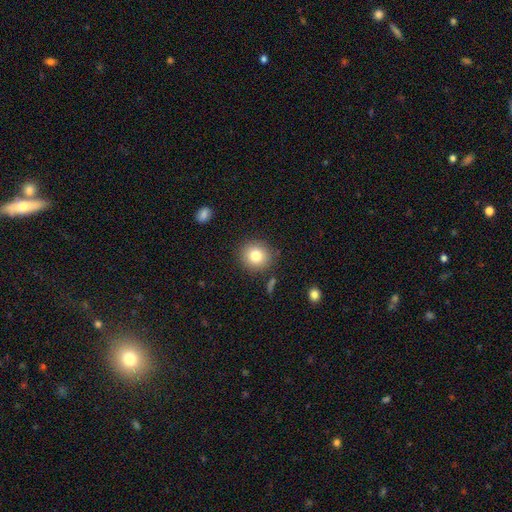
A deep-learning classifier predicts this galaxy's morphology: Smooth or featured: smooth — 80% (star or artifact — 10%)
How rounded: round — 88% (in between — 11%)
Merging: none — 87% (minor disturbance — 8%)